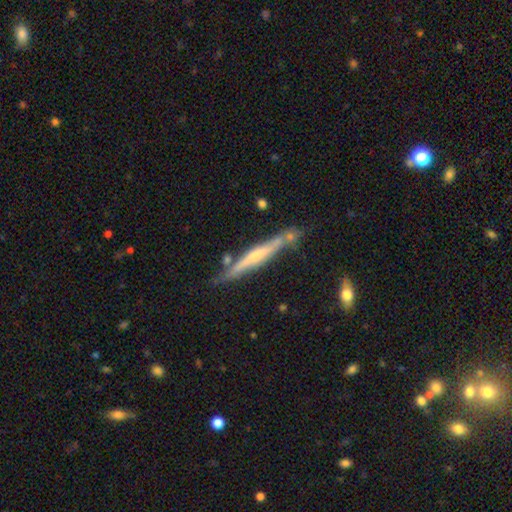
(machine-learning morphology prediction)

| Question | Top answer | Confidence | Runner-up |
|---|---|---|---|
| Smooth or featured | featured or disk | 64% | smooth (30%) |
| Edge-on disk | yes | 94% | no (6%) |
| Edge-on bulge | rounded | 45% | none (39%) |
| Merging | none | 70% | minor disturbance (17%) |